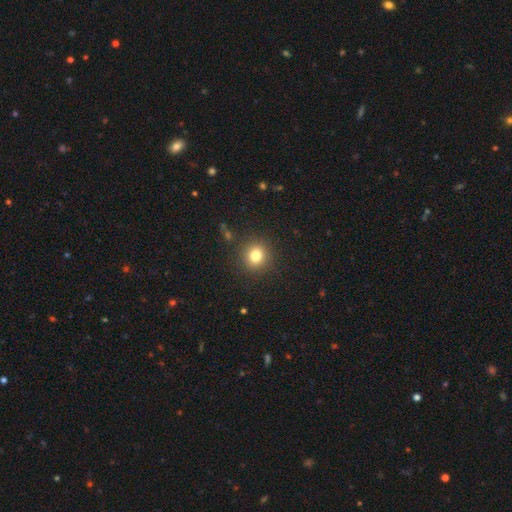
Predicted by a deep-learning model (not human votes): A smooth galaxy with no disk features (80%) that is round (88%).

Vote fractions:
- Smooth or featured? smooth: 80% / star or artifact: 13% / featured or disk: 7%
- How rounded? round: 88% / in between: 11% / cigar-shaped: 1%
- Merging? none: 90% / minor disturbance: 7% / major disturbance: 3% / merger: 1%